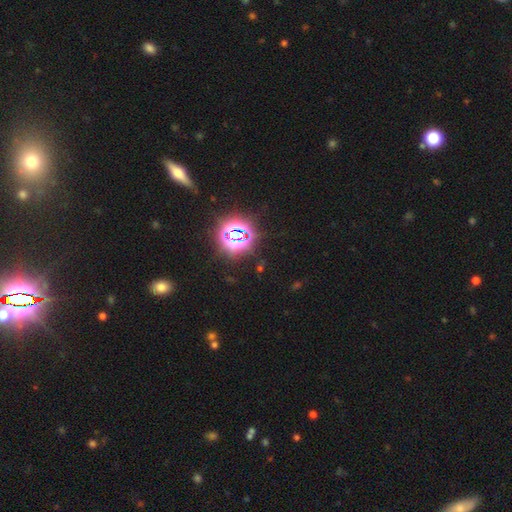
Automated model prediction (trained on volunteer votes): A star or artifact, not a galaxy (77%).

Vote fractions:
- Smooth or featured? star or artifact: 77% / smooth: 14% / featured or disk: 8%